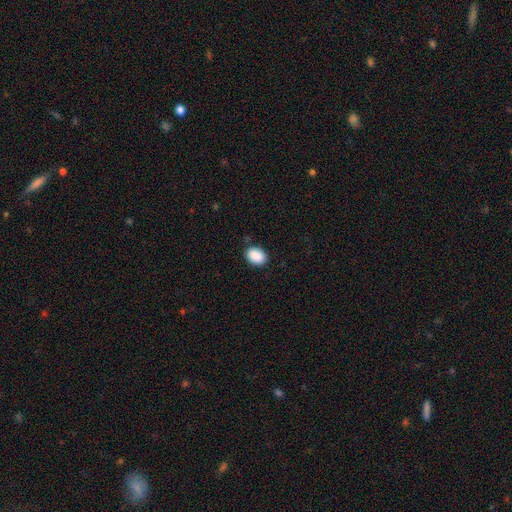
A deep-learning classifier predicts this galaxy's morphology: The model was most divided on "how rounded": in between: 78%, round: 21%, cigar-shaped: 1%. More confident: smooth or featured — smooth (90%); merging — none (84%).